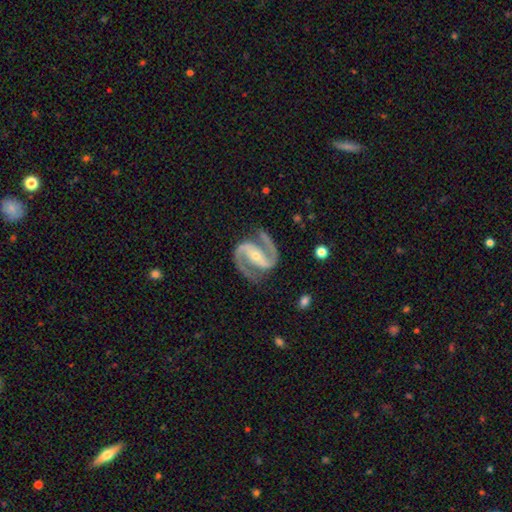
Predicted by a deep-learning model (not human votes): Morphology: type=featured or disk (94%); edge-on=no (98%); bar=strong (59%); spiral arms=yes (99%); winding=medium (64%); arm count=2 (95%); bulge=small (57%); merging=none (83%).